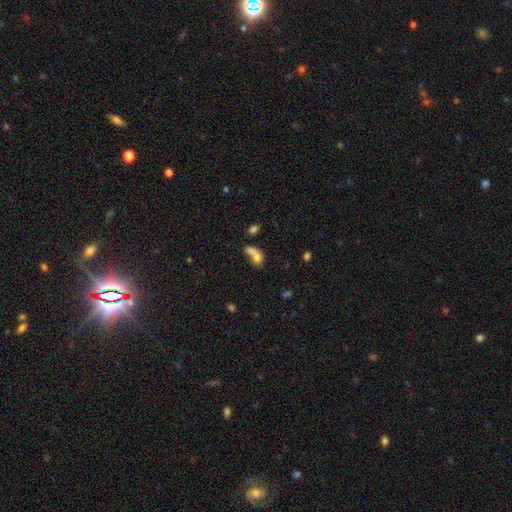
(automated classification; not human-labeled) Smooth or featured?
  - smooth: 73% *
  - featured or disk: 16%
  - star or artifact: 11%
How rounded?
  - in between: 60% *
  - round: 36%
  - cigar-shaped: 4%
Merging?
  - merger: 62% *
  - none: 22%
  - minor disturbance: 8%
  - major disturbance: 7%